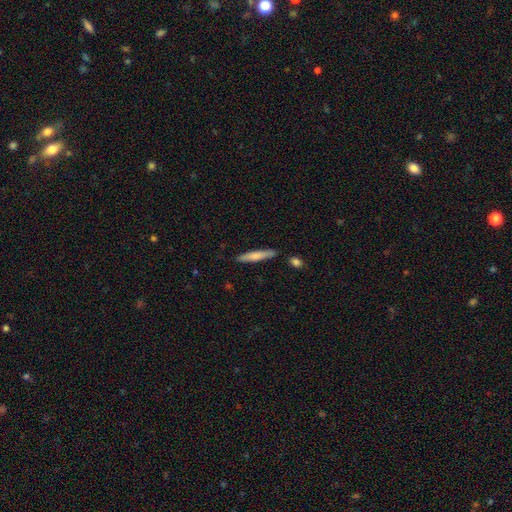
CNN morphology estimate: smooth-or-featured: smooth: 69% | featured or disk: 26% | star or artifact: 5%
  how-rounded: cigar-shaped: 91% | in between: 8% | round: 1%
  merging: none: 85% | minor disturbance: 10% | merger: 3% | major disturbance: 2%